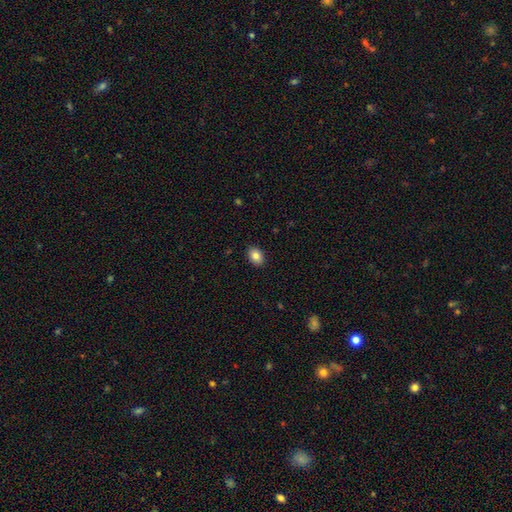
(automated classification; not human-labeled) smooth-or-featured: smooth: 85% | star or artifact: 8% | featured or disk: 7%
  how-rounded: in between: 78% | round: 21% | cigar-shaped: 1%
  merging: none: 90% | minor disturbance: 7% | major disturbance: 2% | merger: 1%